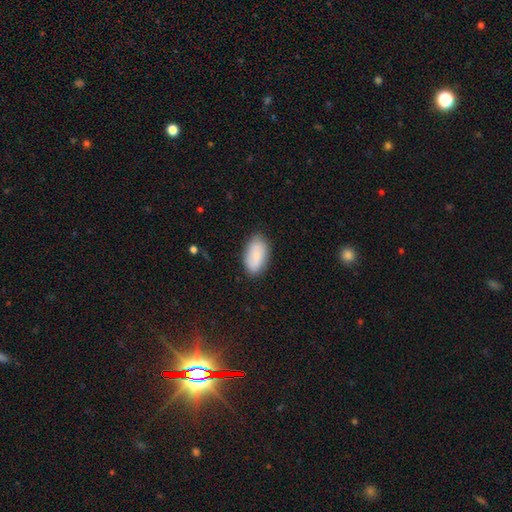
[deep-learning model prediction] Overall: smooth (79%). How rounded: in between (94%). Merging: none (81%).